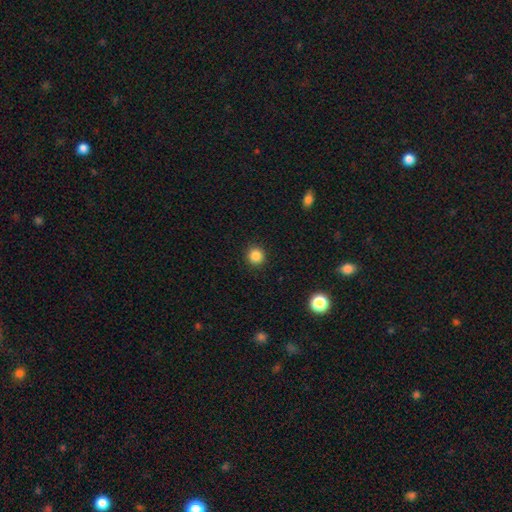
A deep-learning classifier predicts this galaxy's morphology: The model was most divided on "smooth or featured": smooth: 85%, star or artifact: 11%, featured or disk: 3%. More confident: how rounded — round (94%); merging — none (92%).